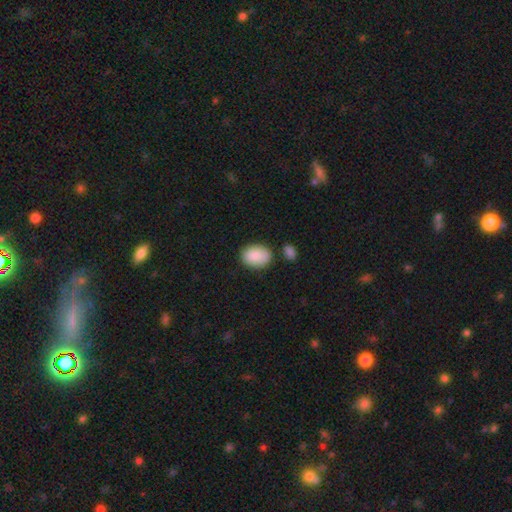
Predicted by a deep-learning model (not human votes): smooth_or_featured: smooth (p=0.88) [alt: star or artifact p=0.06]
how_rounded: in between (p=0.71) [alt: round p=0.28]
merging: none (p=0.77) [alt: minor disturbance p=0.14]